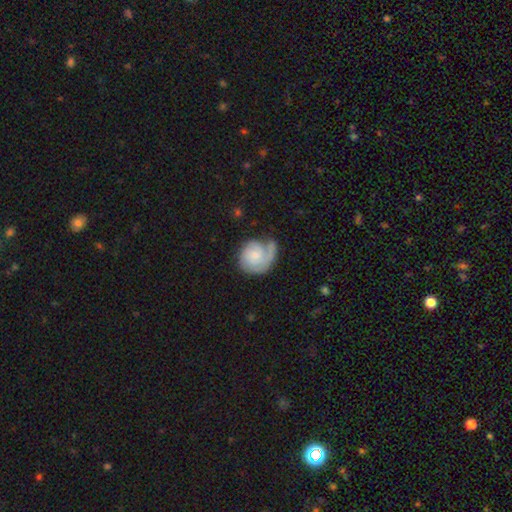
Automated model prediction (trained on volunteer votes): This appears to be a featured or disk galaxy (64%) with no bar (76%), 1 (63%) tight (51%) spiral arms (91%) and a small central bulge (56%). Merging: none (47%).